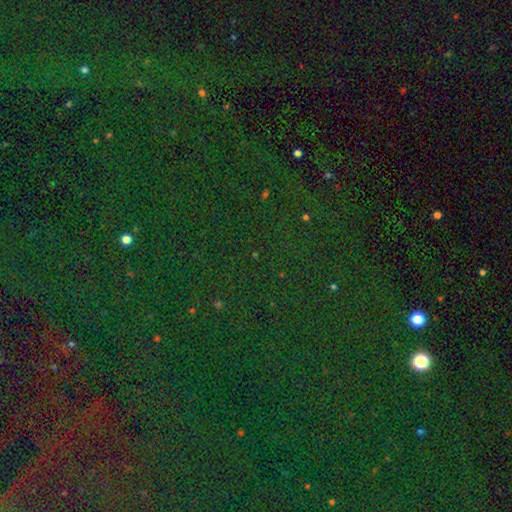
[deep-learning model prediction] Overall: star or artifact (82%).